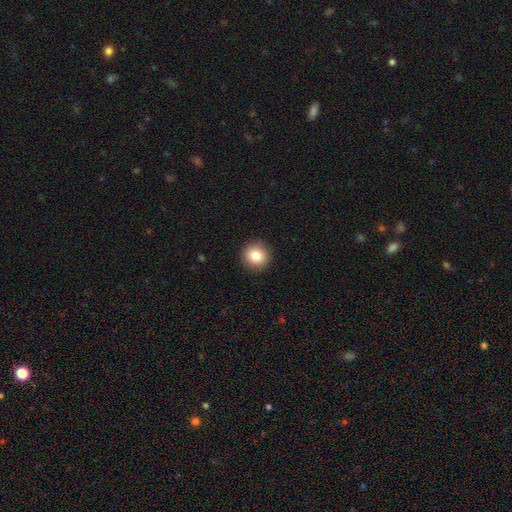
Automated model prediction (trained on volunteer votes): Smooth or featured?
  - smooth: 82% *
  - star or artifact: 10%
  - featured or disk: 8%
How rounded?
  - round: 93% *
  - in between: 6%
  - cigar-shaped: 1%
Merging?
  - none: 92% *
  - minor disturbance: 6%
  - major disturbance: 2%
  - merger: 1%